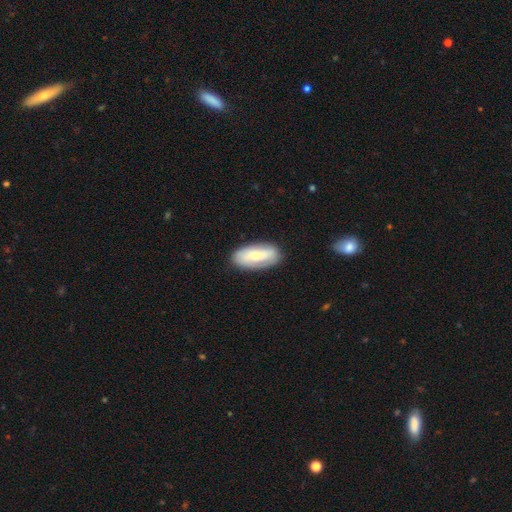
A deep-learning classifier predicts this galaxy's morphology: Smooth or featured? Predicted: smooth (p=0.59). How rounded? Predicted: in between (p=0.89). Merging? Predicted: none (p=0.83).